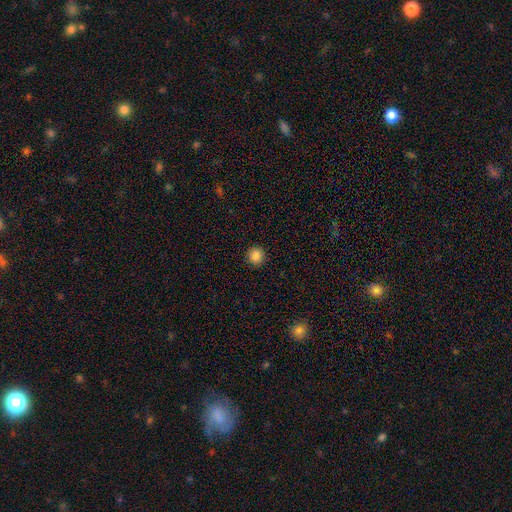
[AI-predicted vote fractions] This is clearly a smooth galaxy (86%). How rounded: clearly round (93%). Merging: clearly none (92%).